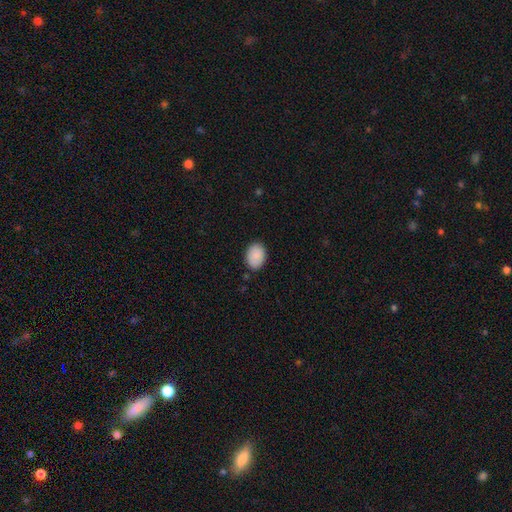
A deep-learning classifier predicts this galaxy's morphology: This appears to be a smooth galaxy with no disk features (89%) that is in between round and cigar-shaped (77%). Merging: none (86%).